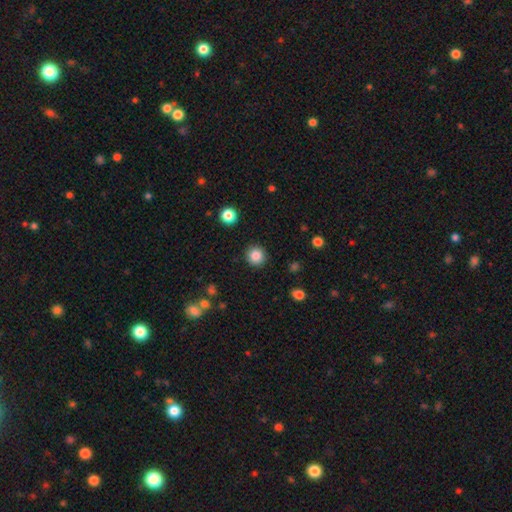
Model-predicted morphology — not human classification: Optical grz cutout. It shows a smooth galaxy with no disk features (85%) that is round (94%). Merging: none (91%).